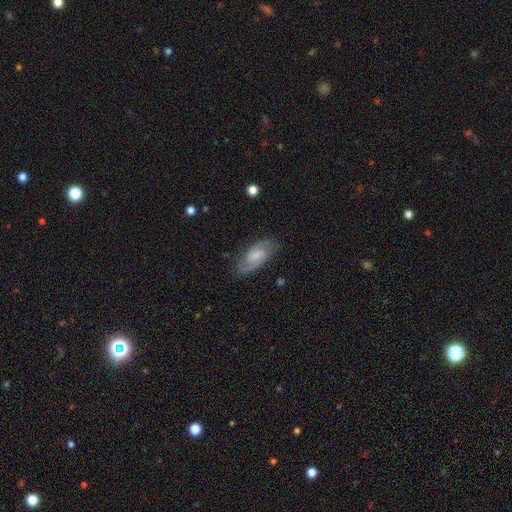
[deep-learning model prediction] Smooth or featured: featured or disk — 77% (smooth — 17%)
Edge-on disk: no — 95% (yes — 5%)
Bar: no — 46% (weak — 45%)
Spiral arms: yes — 96% (no — 4%)
Spiral winding: medium — 50% (tight — 37%)
Spiral arm count: 2 — 88% (can't tell — 6%)
Bulge size: small — 47% (moderate — 28%)
Merging: none — 81% (minor disturbance — 14%)